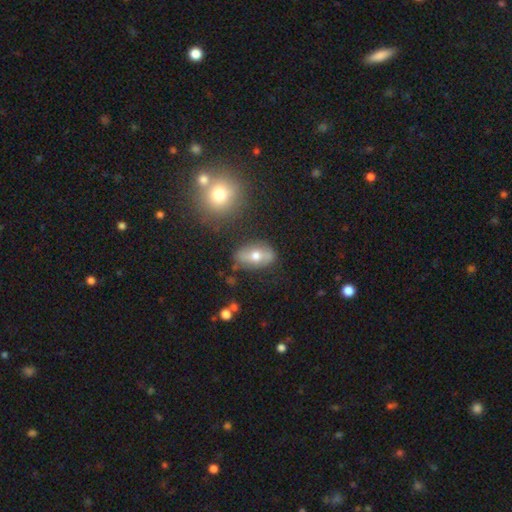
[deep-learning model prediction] The model was most divided on "smooth or featured": smooth: 49%, featured or disk: 43%, star or artifact: 8%. More confident: merging — none (79%).